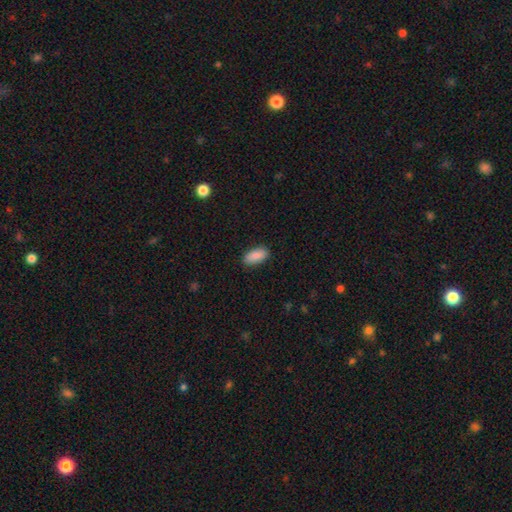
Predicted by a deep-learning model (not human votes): Smooth or featured?
  - smooth: 88% *
  - star or artifact: 6%
  - featured or disk: 5%
How rounded?
  - in between: 90% *
  - cigar-shaped: 7%
  - round: 2%
Merging?
  - none: 88% *
  - minor disturbance: 9%
  - major disturbance: 2%
  - merger: 1%